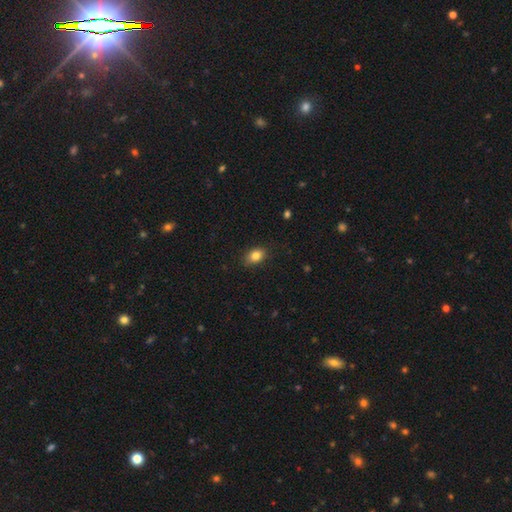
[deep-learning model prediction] This appears to be a smooth galaxy with no disk features (84%) that is in between round and cigar-shaped (78%). Merging: none (85%).